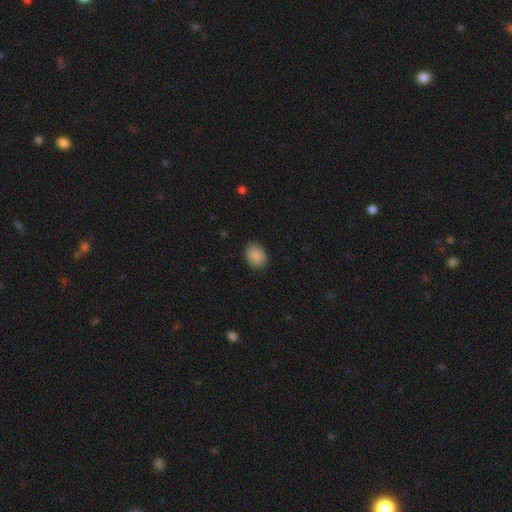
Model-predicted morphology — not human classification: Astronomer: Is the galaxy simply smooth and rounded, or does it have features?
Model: smooth — 89%.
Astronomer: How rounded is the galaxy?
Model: in between — 58% (runner-up: round, 41%).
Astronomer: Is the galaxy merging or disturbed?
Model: none — 87%.